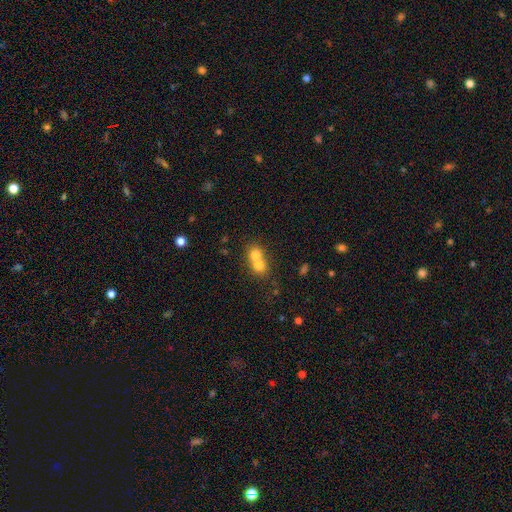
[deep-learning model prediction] Q: Smooth or featured?
A: smooth (73%); runner-up: featured or disk (16%)
Q: How rounded?
A: round (77%); runner-up: in between (22%)
Q: Merging?
A: merger (69%); runner-up: none (25%)